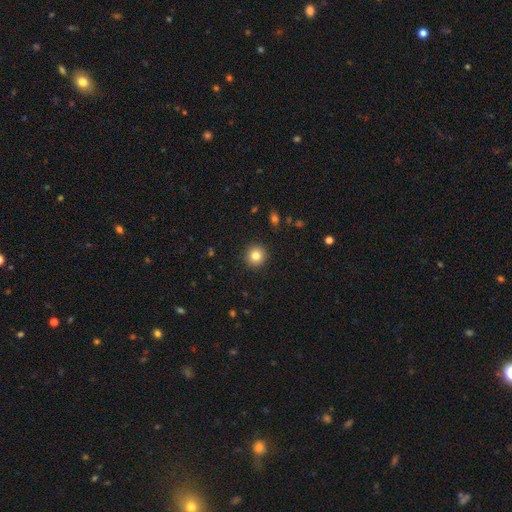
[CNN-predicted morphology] This is clearly a smooth galaxy (82%). How rounded: clearly round (94%). Merging: clearly none (92%).